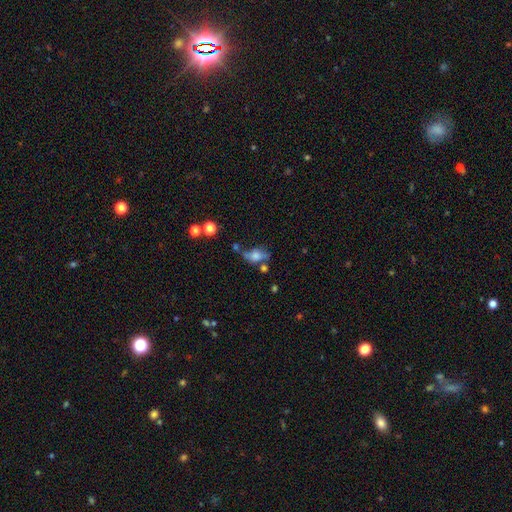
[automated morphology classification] A smooth galaxy with no disk features (51%) that is in between round and cigar-shaped (68%).

Vote fractions:
- Smooth or featured? smooth: 51% / featured or disk: 35% / star or artifact: 14%
- How rounded? in between: 68% / round: 26% / cigar-shaped: 6%
- Merging? none: 38% / minor disturbance: 22% / merger: 21% / major disturbance: 20%